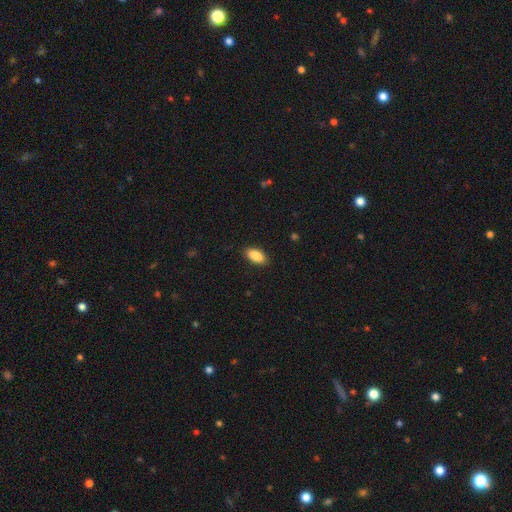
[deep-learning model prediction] Overall: smooth (89%). How rounded: in between (92%). Merging: none (89%).